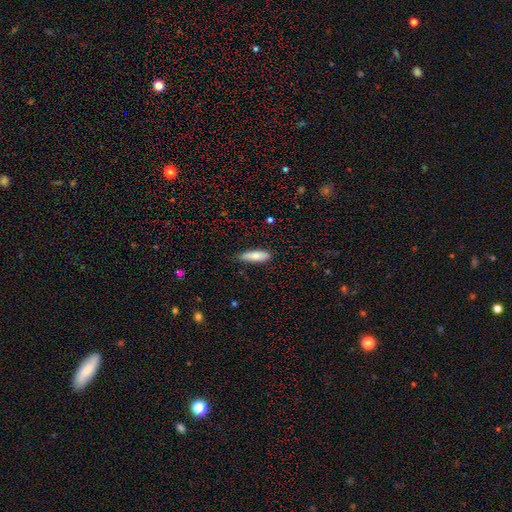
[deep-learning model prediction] Smooth or featured?
  - smooth: 81% *
  - featured or disk: 13%
  - star or artifact: 6%
How rounded?
  - cigar-shaped: 55% *
  - in between: 43%
  - round: 2%
Merging?
  - none: 77% *
  - minor disturbance: 19%
  - major disturbance: 3%
  - merger: 1%